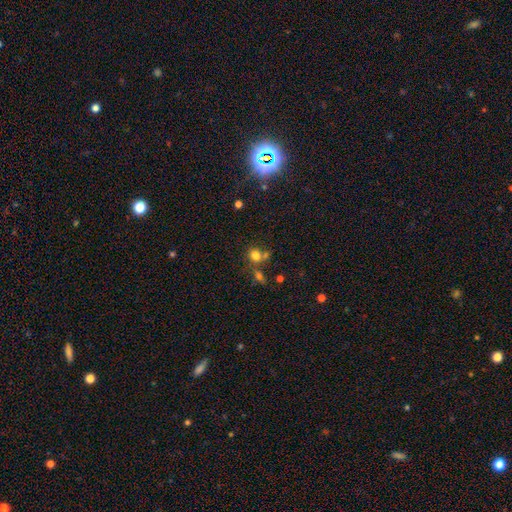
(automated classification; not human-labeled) Morphology: type=smooth (75%); roundness=round (75%); merging=none (54%).